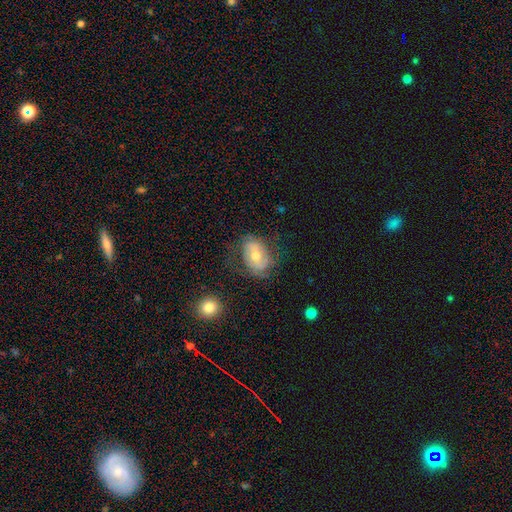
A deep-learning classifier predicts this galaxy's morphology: A featured or disk galaxy (59%) with no bar (49%), spiral arms (73%) and a moderate central bulge (69%).

Vote fractions:
- Smooth or featured? featured or disk: 59% / smooth: 33% / star or artifact: 8%
- Edge-on disk? no: 95% / yes: 5%
- Bar? no: 49% / weak: 38% / strong: 13%
- Spiral arms? yes: 73% / no: 27%
- Bulge size? moderate: 69% / small: 23% / large: 6% / none: 1% / dominant: 1%
- Merging? none: 58% / minor disturbance: 23% / major disturbance: 16% / merger: 2%